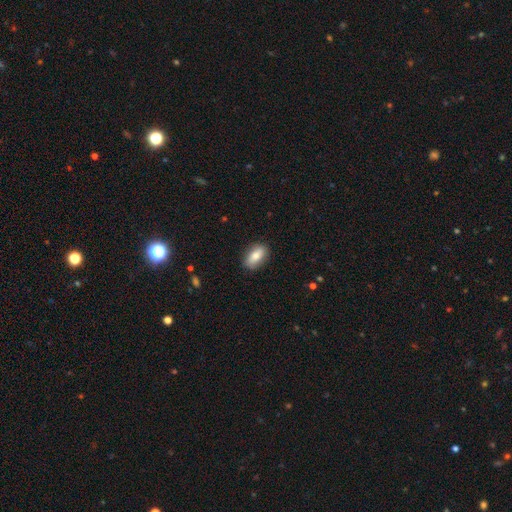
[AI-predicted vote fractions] Q: Smooth or featured?
A: smooth (76%); runner-up: featured or disk (17%)
Q: How rounded?
A: in between (88%); runner-up: round (6%)
Q: Merging?
A: none (86%); runner-up: minor disturbance (11%)